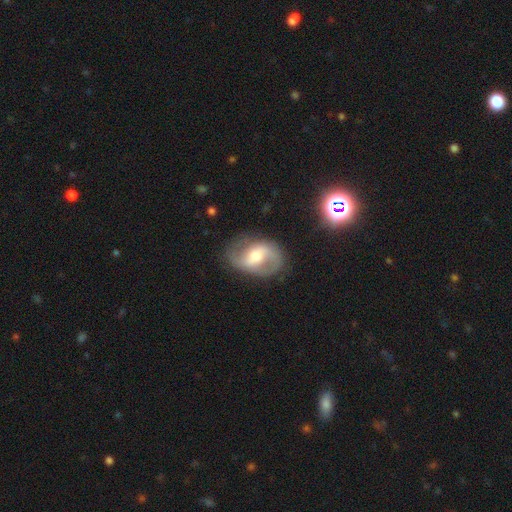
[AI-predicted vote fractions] smooth-or-featured: featured or disk: 75% | smooth: 18% | star or artifact: 6%
  disk-edge-on: no: 96% | yes: 4%
    bar: weak: 46% | strong: 28% | no: 26%
    has-spiral-arms: yes: 88% | no: 12%
      spiral-winding: medium: 44% | loose: 41% | tight: 14%
      spiral-arm-count: 2: 87% | can't tell: 6% | 1: 4% | 3: 1% | 4: 1% | more than 4: 1%
    bulge-size: moderate: 63% | small: 24% | large: 10% | none: 2% | dominant: 1%
  merging: none: 75% | minor disturbance: 16% | major disturbance: 7% | merger: 2%